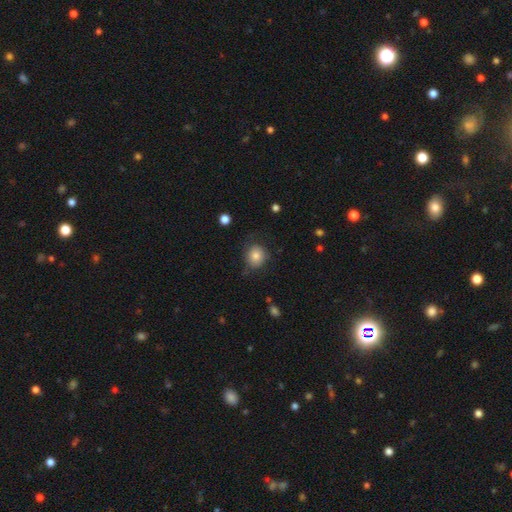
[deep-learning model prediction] Overall: smooth (79%). How rounded: round (79%). Merging: none (68%).